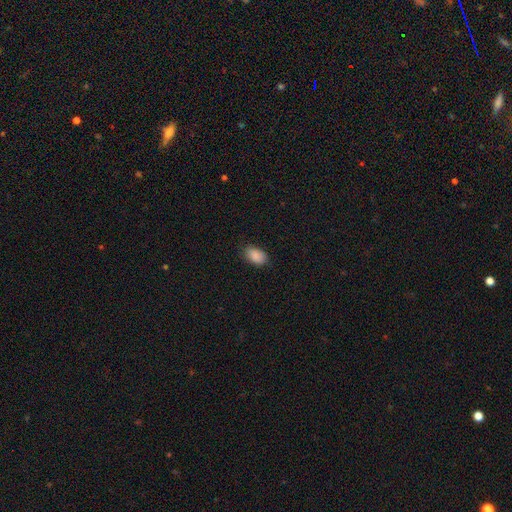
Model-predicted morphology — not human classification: Smooth or featured?
  - smooth: 89% *
  - star or artifact: 7%
  - featured or disk: 4%
How rounded?
  - in between: 90% *
  - round: 8%
  - cigar-shaped: 1%
Merging?
  - none: 80% *
  - minor disturbance: 16%
  - major disturbance: 3%
  - merger: 1%